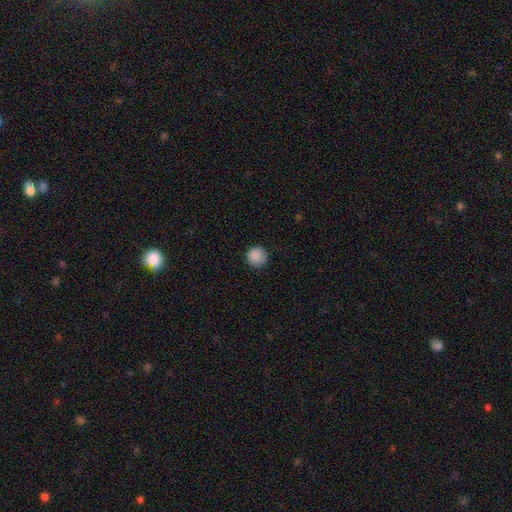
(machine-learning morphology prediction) smooth 88%, star or artifact 9%, featured or disk 3%. Down the decision tree: how rounded — round (95%); merging — none (89%).